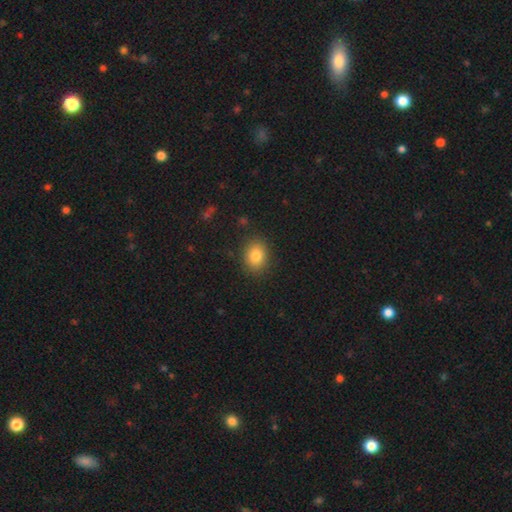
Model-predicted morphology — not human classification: A smooth galaxy with no disk features (83%) that is in between round and cigar-shaped (54%). Merging: none (87%).